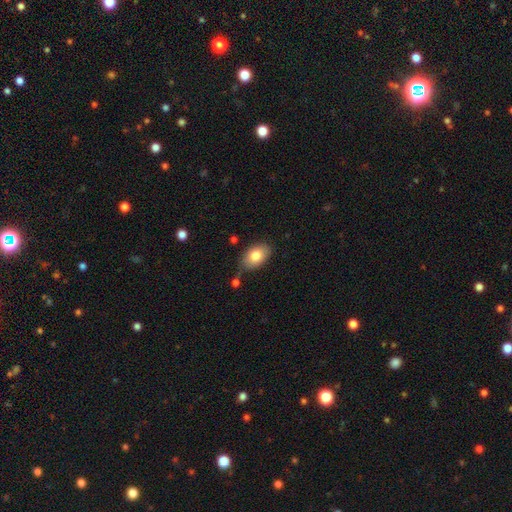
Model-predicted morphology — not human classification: Smooth or featured? Predicted: smooth (p=0.81). How rounded? Predicted: in between (p=0.88). Merging? Predicted: none (p=0.73).